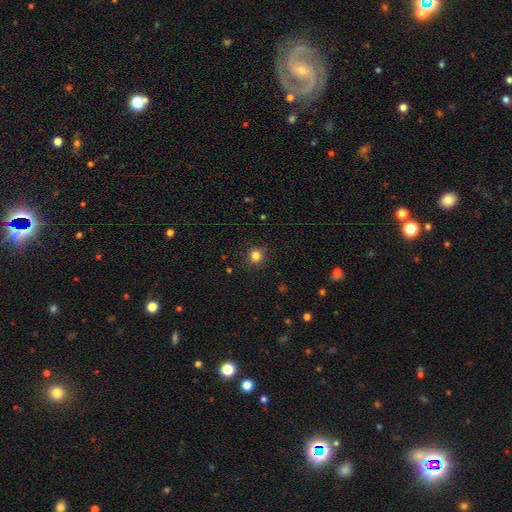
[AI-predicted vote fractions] Smooth or featured: smooth — 83% (star or artifact — 13%)
How rounded: round — 93% (in between — 6%)
Merging: none — 91% (minor disturbance — 6%)